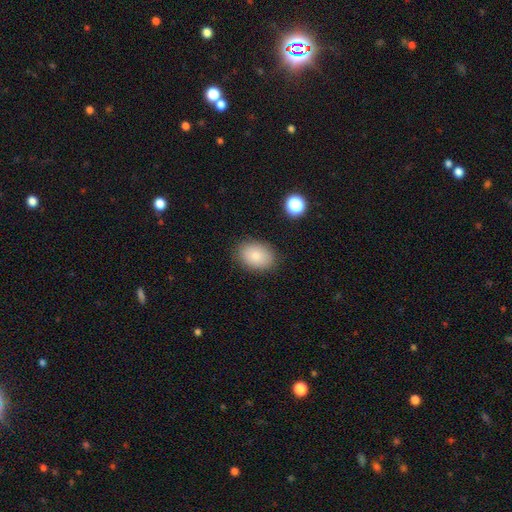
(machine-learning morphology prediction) Smooth or featured: smooth — 84% (star or artifact — 8%)
How rounded: in between — 78% (round — 21%)
Merging: none — 86% (minor disturbance — 10%)